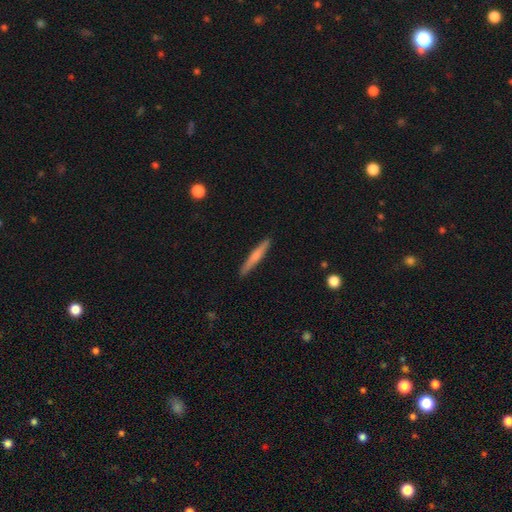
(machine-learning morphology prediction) Overall: smooth (63%; featured or disk 31%). How rounded: cigar-shaped (95%). Merging: none (90%).